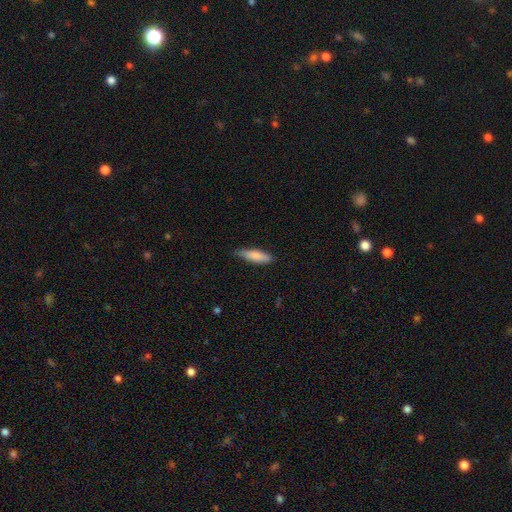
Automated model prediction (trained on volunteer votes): A smooth galaxy with no disk features (82%) that is cigar-shaped (63%). Merging: none (76%).